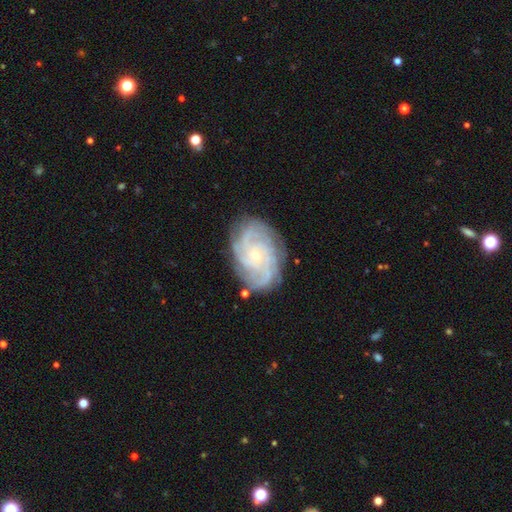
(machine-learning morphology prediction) This appears to be a featured or disk galaxy (85%) with no bar (78%), tight (71%) spiral arms (97%) and a small central bulge (77%). Merging: none (80%).